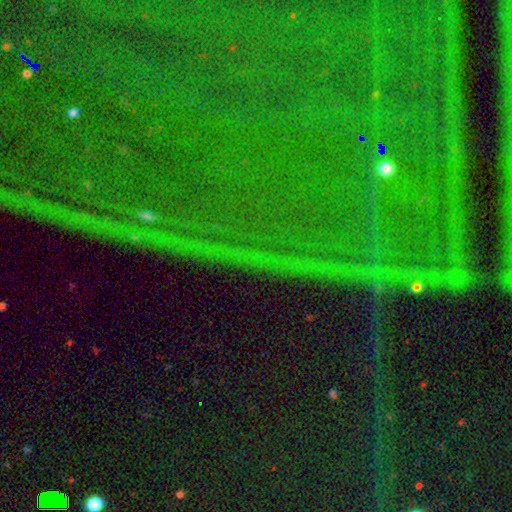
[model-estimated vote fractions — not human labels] Morphology: type=star or artifact (86%).